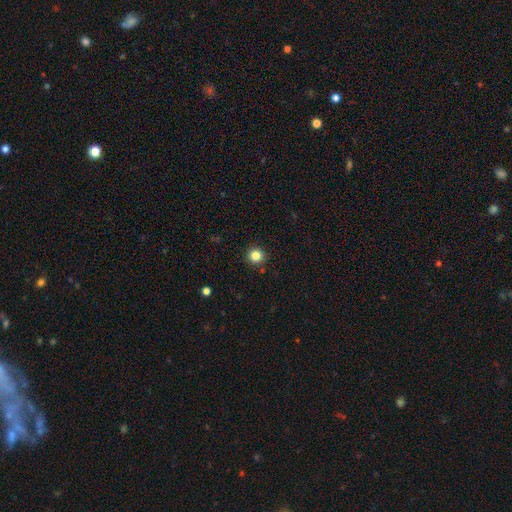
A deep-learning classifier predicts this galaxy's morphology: Smooth or featured: smooth — 83% (star or artifact — 12%)
How rounded: round — 93% (in between — 6%)
Merging: none — 92% (minor disturbance — 5%)